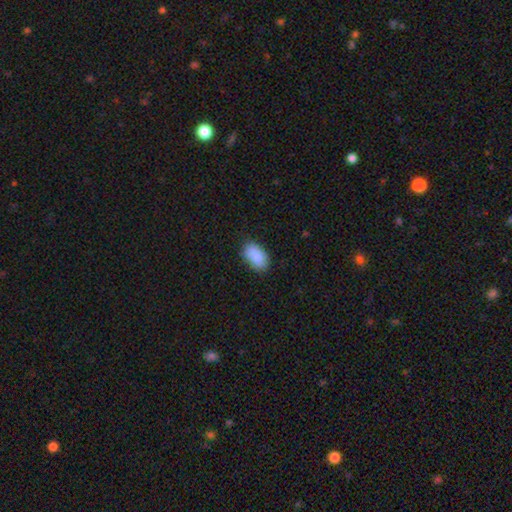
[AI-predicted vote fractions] A smooth galaxy with no disk features (89%) that is in between round and cigar-shaped (93%).

Vote fractions:
- Smooth or featured? smooth: 89% / star or artifact: 7% / featured or disk: 4%
- How rounded? in between: 93% / round: 5% / cigar-shaped: 2%
- Merging? none: 79% / minor disturbance: 17% / major disturbance: 3% / merger: 1%